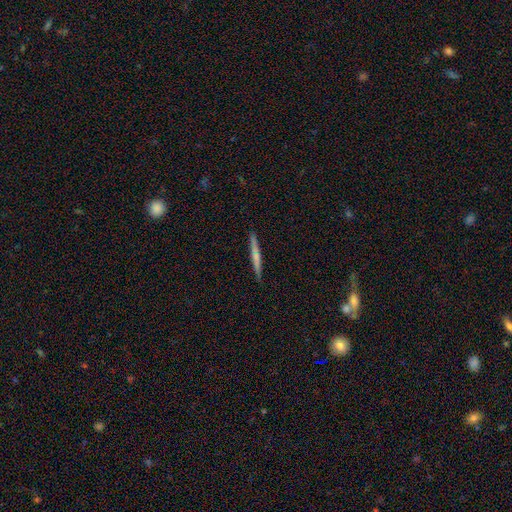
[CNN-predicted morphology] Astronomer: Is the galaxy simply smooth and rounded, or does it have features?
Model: featured or disk — 47%, tied with smooth at 47%.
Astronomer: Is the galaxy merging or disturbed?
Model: none — 88%.